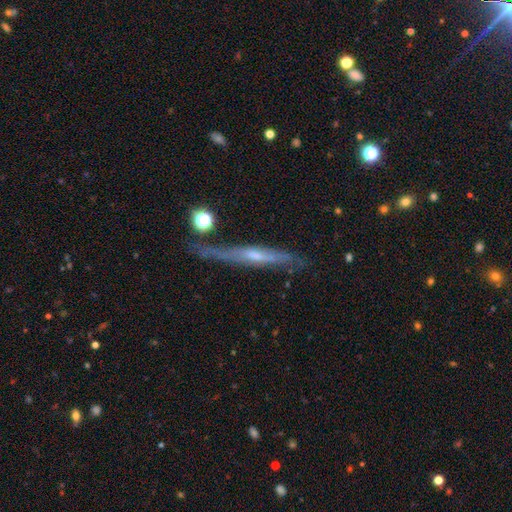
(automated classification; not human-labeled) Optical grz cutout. It shows a featured or disk galaxy (68%) viewed edge-on (90%) with a rounded central bulge (48%). Merging: none (68%).